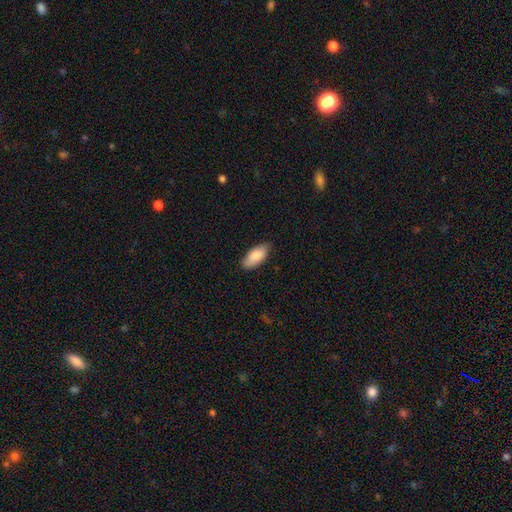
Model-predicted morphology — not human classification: This is clearly a smooth galaxy (85%). How rounded: clearly in between (85%). Merging: clearly none (81%).